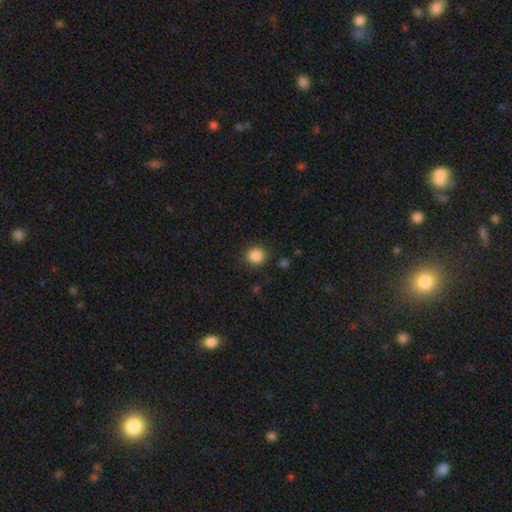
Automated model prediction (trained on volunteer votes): The model was most divided on "smooth or featured": smooth: 87%, star or artifact: 10%, featured or disk: 3%. More confident: how rounded — round (90%); merging — none (88%).